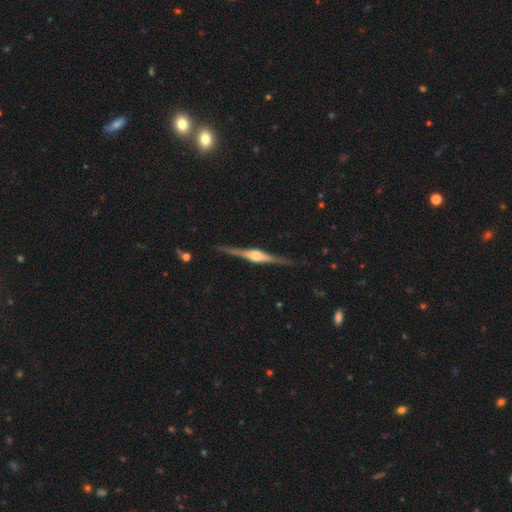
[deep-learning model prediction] Smooth or featured? featured or disk (86%)
Edge-on disk? yes (99%)
Edge-on bulge? rounded (84%)
Merging? none (90%)